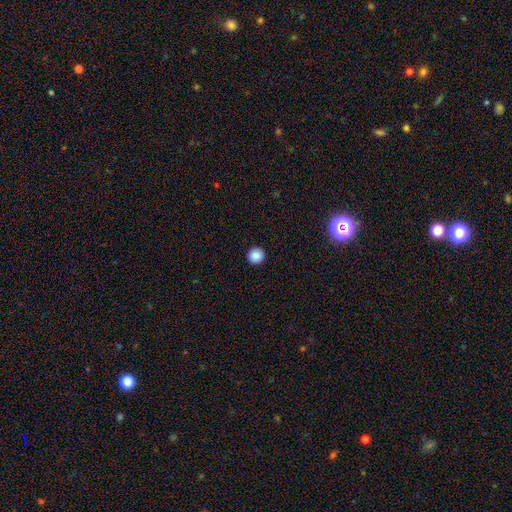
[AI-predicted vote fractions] The model was most divided on "smooth or featured": smooth: 87%, star or artifact: 10%, featured or disk: 3%. More confident: how rounded — round (96%); merging — none (94%).